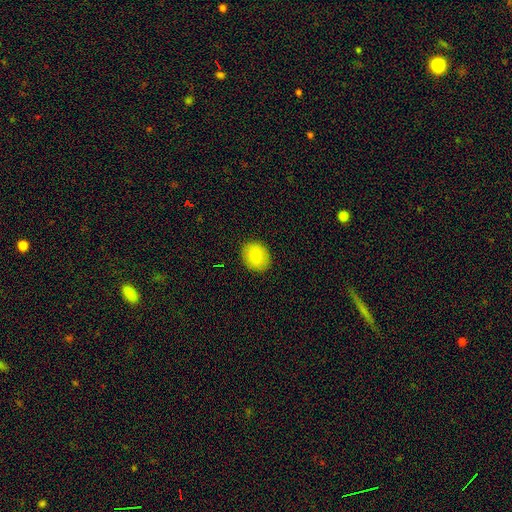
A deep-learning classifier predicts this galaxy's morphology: smooth 80%, featured or disk 12%, star or artifact 8%. Down the decision tree: how rounded — round (60%); merging — none (89%).